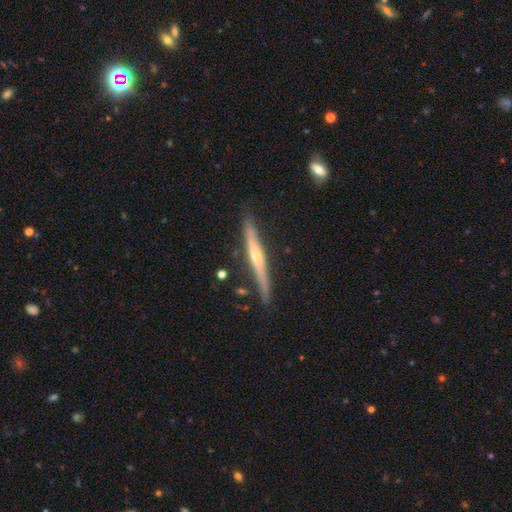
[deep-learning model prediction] smooth-or-featured: featured or disk: 68% | smooth: 26% | star or artifact: 6%
  disk-edge-on: yes: 95% | no: 5%
    edge-on-bulge: rounded: 78% | none: 19% | boxy: 3%
  merging: none: 83% | minor disturbance: 13% | merger: 3% | major disturbance: 2%